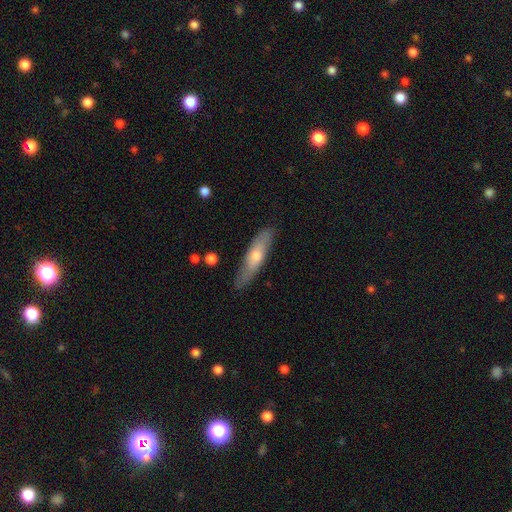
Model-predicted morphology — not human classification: This appears to be a smooth galaxy with no disk features (56%) that is cigar-shaped (73%). Merging: none (81%).